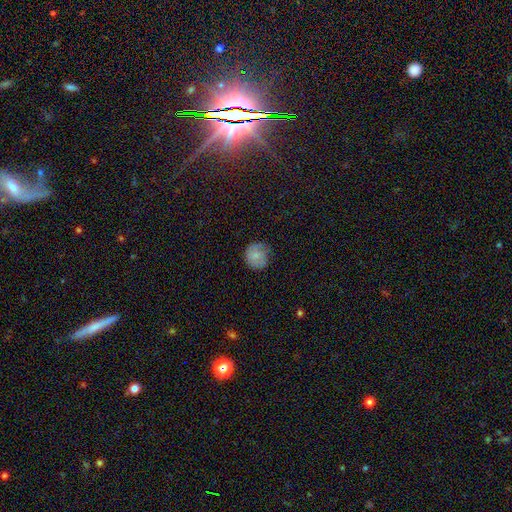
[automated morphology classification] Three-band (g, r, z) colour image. It shows a smooth galaxy with no disk features (73%) that is round (87%). Merging: none (64%).